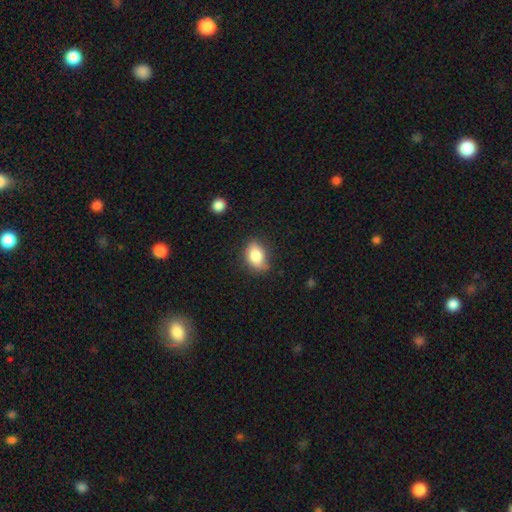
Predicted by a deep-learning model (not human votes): The model was most divided on "merging": none: 70%, minor disturbance: 23%, major disturbance: 4%, merger: 2%. More confident: smooth or featured — smooth (82%); how rounded — in between (82%).